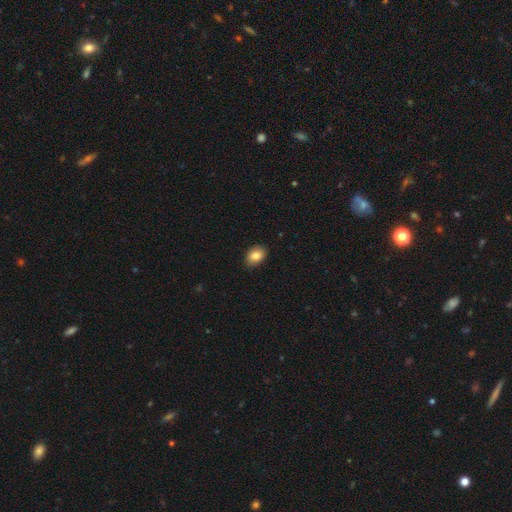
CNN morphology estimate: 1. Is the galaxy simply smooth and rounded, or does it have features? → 85% smooth, 8% star or artifact, 7% featured or disk.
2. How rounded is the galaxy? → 81% in between, 18% round, 1% cigar-shaped.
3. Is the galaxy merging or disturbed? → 85% none, 12% minor disturbance, 2% major disturbance, 1% merger.